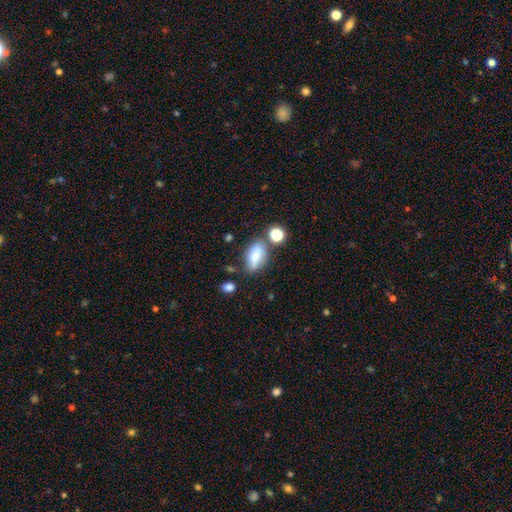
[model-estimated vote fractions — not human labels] A smooth galaxy with no disk features (72%) that is in between round and cigar-shaped (85%).

Vote fractions:
- Smooth or featured? smooth: 72% / featured or disk: 17% / star or artifact: 11%
- How rounded? in between: 85% / cigar-shaped: 8% / round: 7%
- Merging? none: 55% / minor disturbance: 23% / merger: 14% / major disturbance: 9%